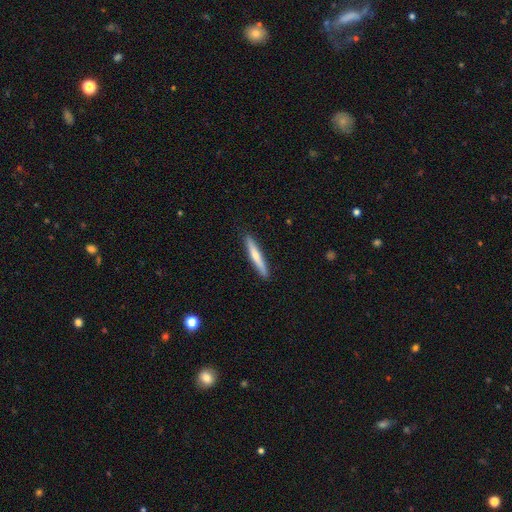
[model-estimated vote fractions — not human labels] Smooth or featured? smooth (57%)
How rounded? cigar-shaped (94%)
Merging? none (91%)